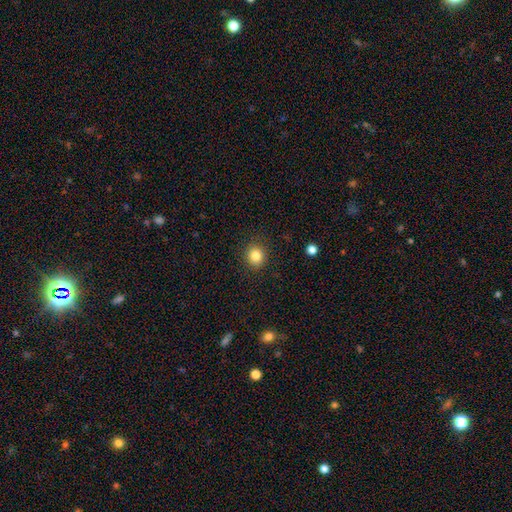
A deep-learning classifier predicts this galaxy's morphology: Smooth or featured? smooth (83%)
How rounded? round (86%)
Merging? none (90%)